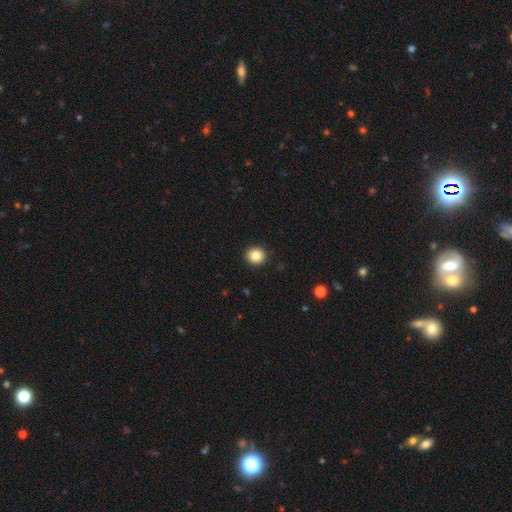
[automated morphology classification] Overall: smooth (84%). How rounded: round (86%). Merging: none (92%).